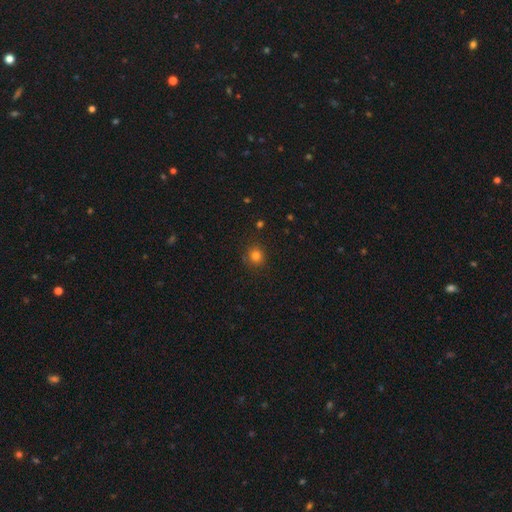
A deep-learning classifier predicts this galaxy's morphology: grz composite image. It shows a smooth galaxy with no disk features (81%) that is round (87%). Merging: none (86%).